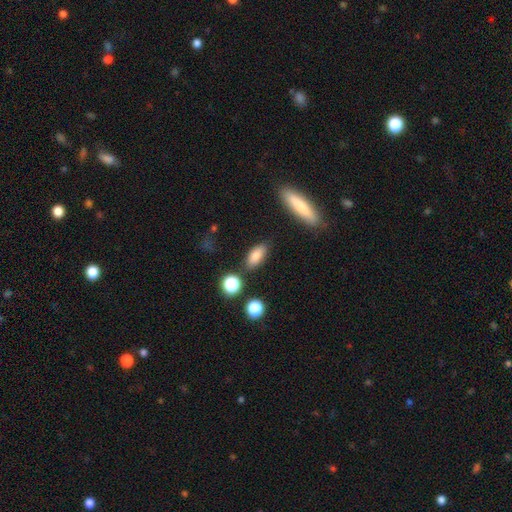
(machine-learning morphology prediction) This is clearly a smooth galaxy (82%). How rounded: likely in between (79%). Merging: clearly none (81%).